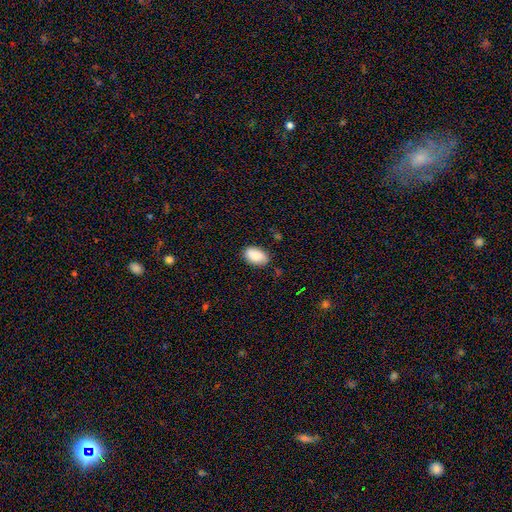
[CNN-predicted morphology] smooth 83%, featured or disk 10%, star or artifact 7%. Down the decision tree: how rounded — in between (93%); merging — none (81%).